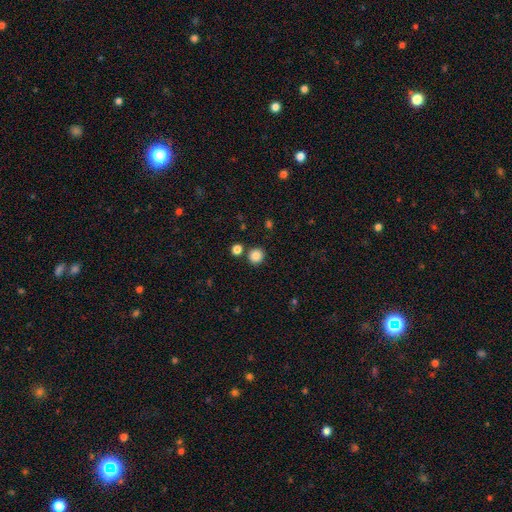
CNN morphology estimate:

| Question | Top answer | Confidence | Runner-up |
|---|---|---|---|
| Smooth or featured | smooth | 85% | star or artifact (11%) |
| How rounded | round | 91% | in between (8%) |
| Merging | none | 83% | merger (7%) |